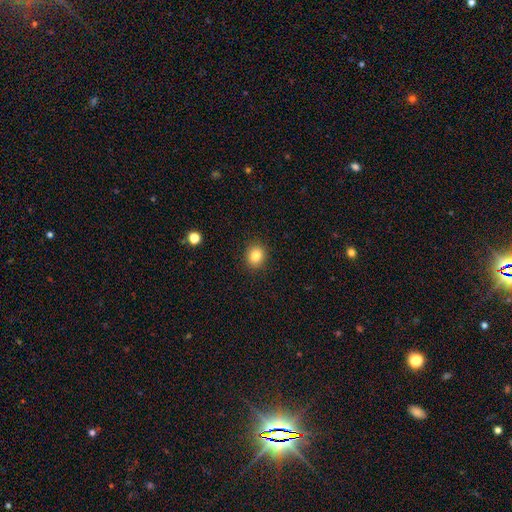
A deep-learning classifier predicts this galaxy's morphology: Smooth or featured? smooth (84%)
How rounded? round (71%)
Merging? none (90%)